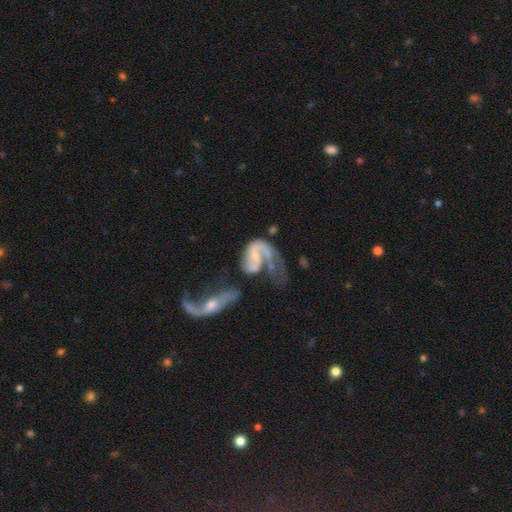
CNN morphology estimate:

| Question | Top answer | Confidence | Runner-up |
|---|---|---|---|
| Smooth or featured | featured or disk | 78% | smooth (15%) |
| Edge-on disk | no | 97% | yes (3%) |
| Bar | no | 54% | weak (35%) |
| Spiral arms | yes | 86% | no (14%) |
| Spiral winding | loose | 56% | medium (30%) |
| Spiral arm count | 1 | 54% | 2 (37%) |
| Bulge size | small | 48% | none (26%) |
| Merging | merger | 37% | major disturbance (35%) |